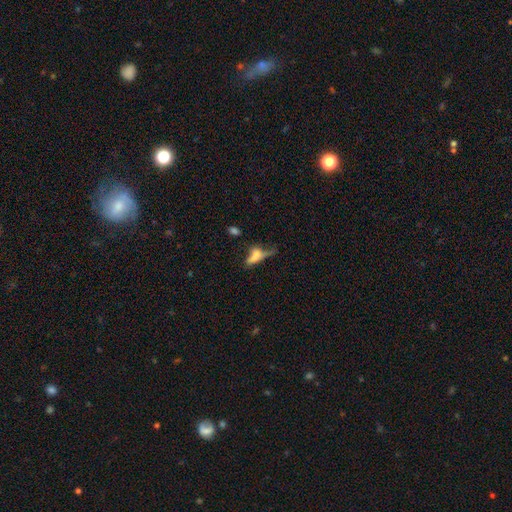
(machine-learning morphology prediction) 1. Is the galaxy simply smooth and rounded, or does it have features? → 56% smooth, 31% featured or disk, 13% star or artifact.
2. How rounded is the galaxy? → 52% in between, 41% cigar-shaped, 7% round.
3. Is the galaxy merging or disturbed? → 31% none, 27% major disturbance, 22% merger, 20% minor disturbance.